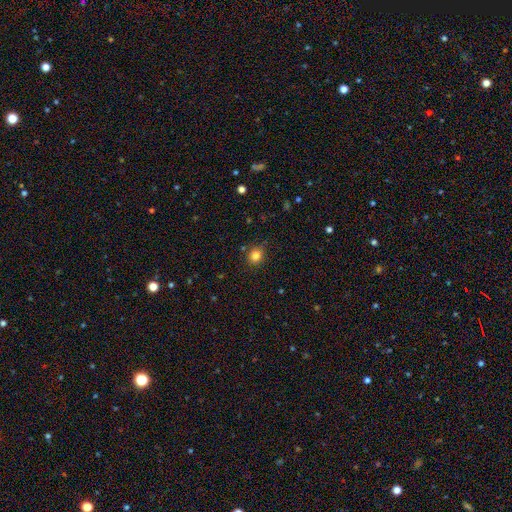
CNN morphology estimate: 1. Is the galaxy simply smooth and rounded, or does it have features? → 82% smooth, 12% star or artifact, 6% featured or disk.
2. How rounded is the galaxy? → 79% round, 20% in between, 1% cigar-shaped.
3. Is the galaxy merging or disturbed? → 81% none, 14% minor disturbance, 3% major disturbance, 2% merger.